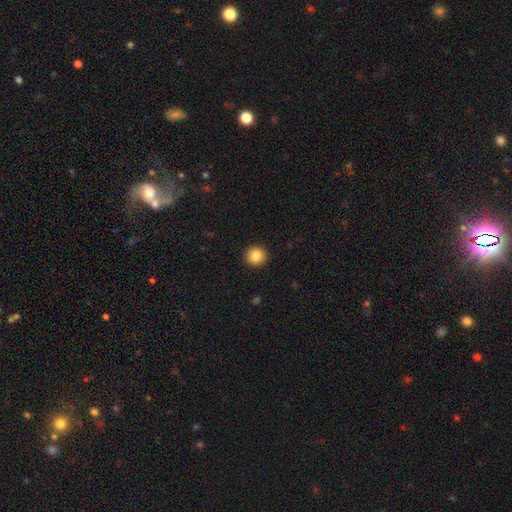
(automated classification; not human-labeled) A smooth galaxy with no disk features (85%) that is round (92%). Merging: none (93%).